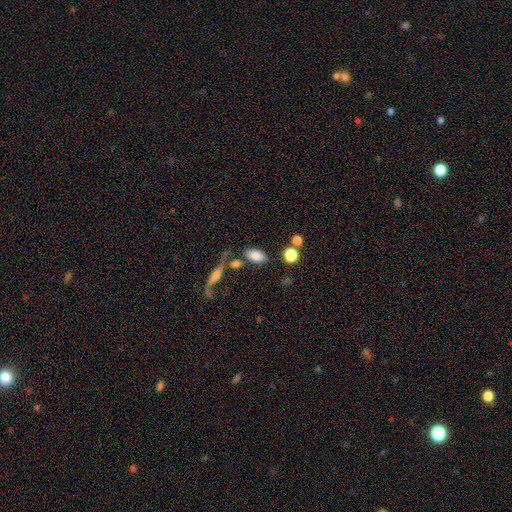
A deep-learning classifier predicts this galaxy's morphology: smooth_or_featured: smooth (p=0.79) [alt: featured or disk p=0.13]
how_rounded: in between (p=0.91) [alt: round p=0.05]
merging: none (p=0.70) [alt: minor disturbance p=0.13]